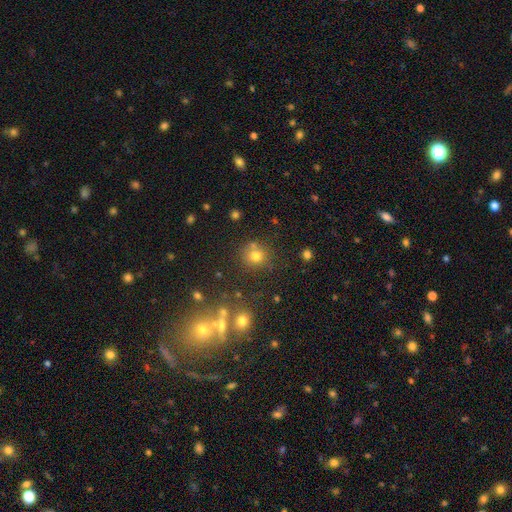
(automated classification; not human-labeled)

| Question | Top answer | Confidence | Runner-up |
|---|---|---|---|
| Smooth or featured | smooth | 74% | star or artifact (18%) |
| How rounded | round | 88% | in between (11%) |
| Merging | none | 70% | merger (14%) |